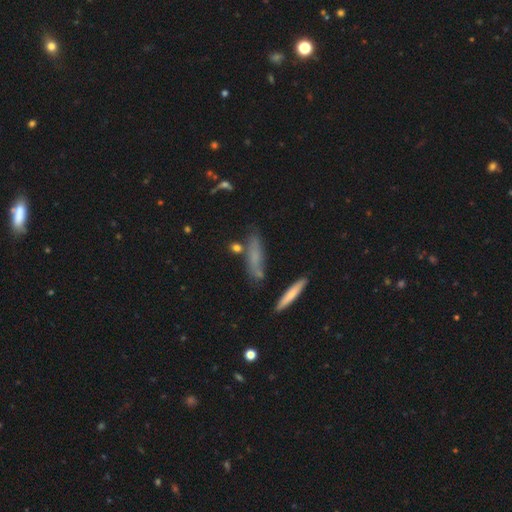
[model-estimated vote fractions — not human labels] Smooth or featured: smooth — 60% (featured or disk — 27%)
How rounded: cigar-shaped — 73% (in between — 23%)
Merging: none — 74% (minor disturbance — 15%)